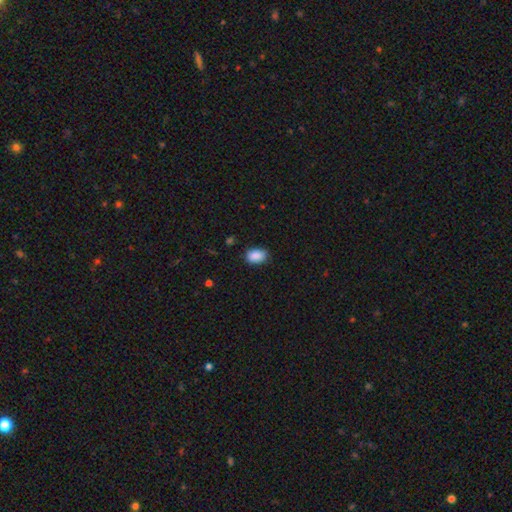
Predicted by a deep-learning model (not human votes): Smooth or featured? Predicted: smooth (p=0.89). How rounded? Predicted: in between (p=0.85). Merging? Predicted: none (p=0.83).